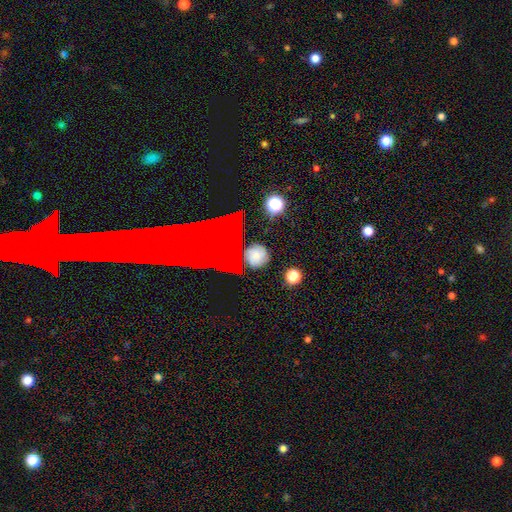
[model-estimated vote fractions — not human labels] Overall: smooth (57%; star or artifact 26%). How rounded: round (82%). Merging: none (75%).